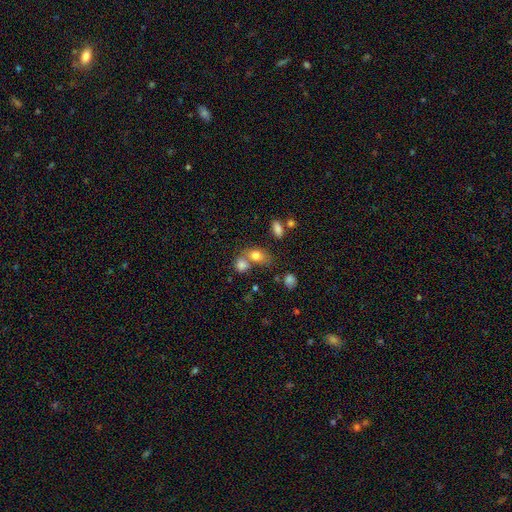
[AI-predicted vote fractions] Smooth or featured? smooth (79%)
How rounded? in between (62%)
Merging? merger (44%)